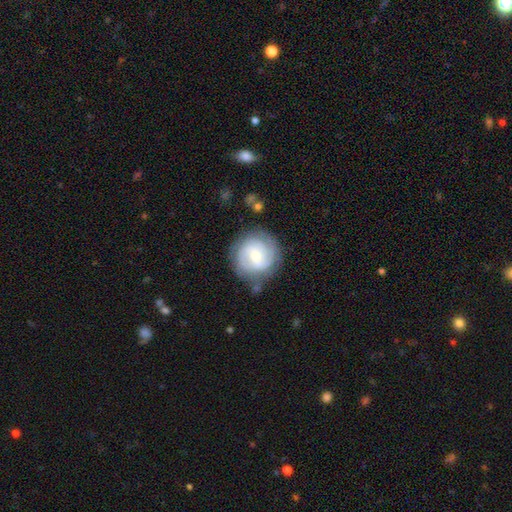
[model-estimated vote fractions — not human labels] This appears to be a featured or disk galaxy (75%) with no bar (49%), 2 (41%) tight (63%) spiral arms (91%) and a moderate central bulge (51%). Merging: none (76%).